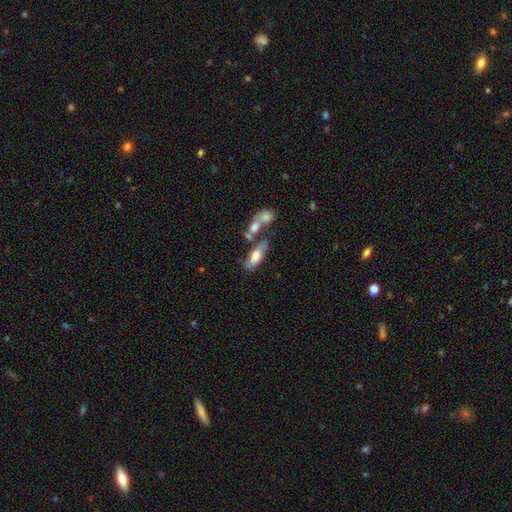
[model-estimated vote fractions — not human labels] The model was most divided on "merging": none: 42%, merger: 34%, minor disturbance: 15%, major disturbance: 8%. More confident: how rounded — in between (74%); smooth or featured — smooth (63%).